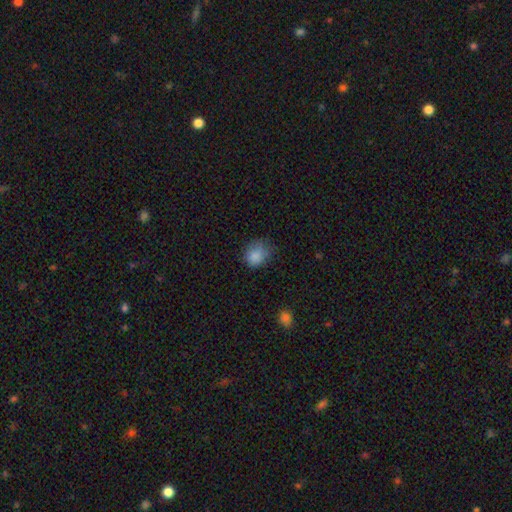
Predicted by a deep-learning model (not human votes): smooth 83%, star or artifact 10%, featured or disk 7%. Down the decision tree: how rounded — round (56%); merging — none (56%).